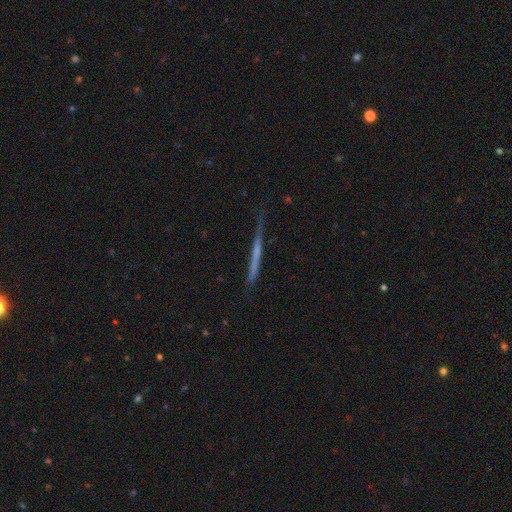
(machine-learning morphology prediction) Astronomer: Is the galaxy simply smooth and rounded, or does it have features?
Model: featured or disk — 55% (runner-up: smooth, 38%).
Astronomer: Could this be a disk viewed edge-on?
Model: yes — 96%.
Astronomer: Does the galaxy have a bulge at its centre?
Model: none — 84%.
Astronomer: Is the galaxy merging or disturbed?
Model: none — 77%.